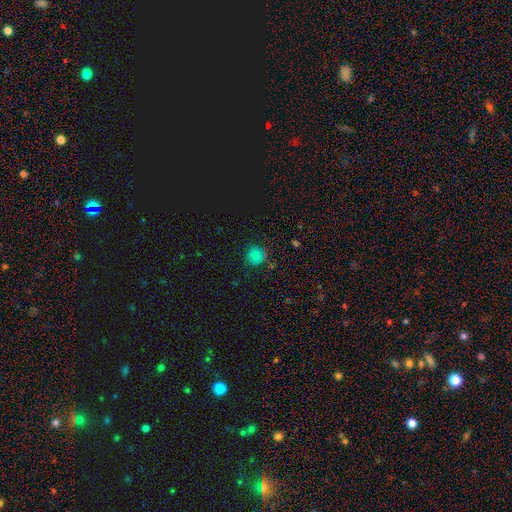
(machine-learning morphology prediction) Smooth or featured: smooth — 78% (star or artifact — 17%)
How rounded: round — 90% (in between — 9%)
Merging: none — 80% (minor disturbance — 14%)